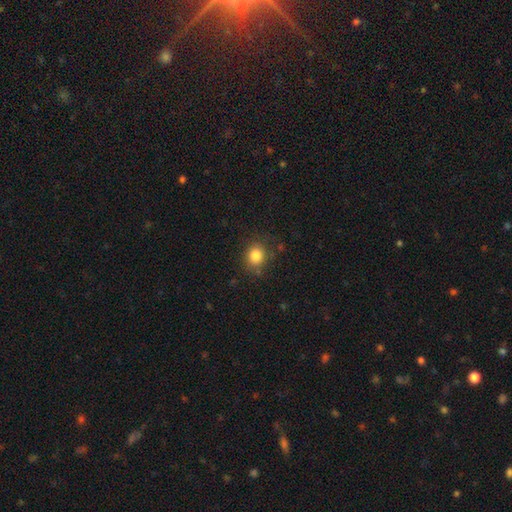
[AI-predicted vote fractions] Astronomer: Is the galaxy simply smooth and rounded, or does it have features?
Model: smooth — 83%.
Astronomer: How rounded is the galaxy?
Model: round — 74%.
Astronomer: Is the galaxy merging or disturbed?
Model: none — 81%.